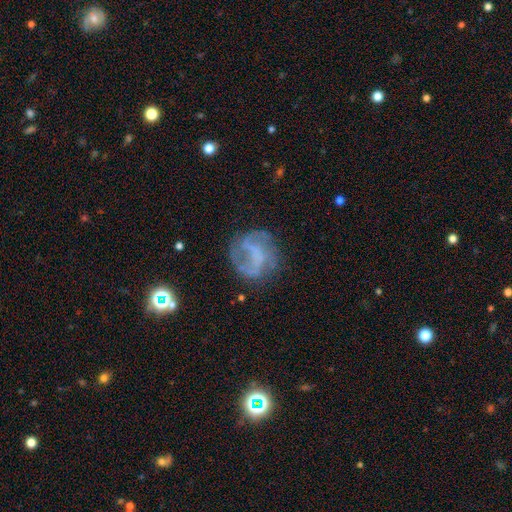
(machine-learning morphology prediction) smooth_or_featured: featured or disk (p=0.64) [alt: smooth p=0.24]
disk_edge_on: no (p=0.98) [alt: yes p=0.02]
bar: no (p=0.48) [alt: weak p=0.34]
has_spiral_arms: yes (p=0.71) [alt: no p=0.29]
bulge_size: none (p=0.70) [alt: small p=0.15]
merging: none (p=0.58) [alt: minor disturbance p=0.20]